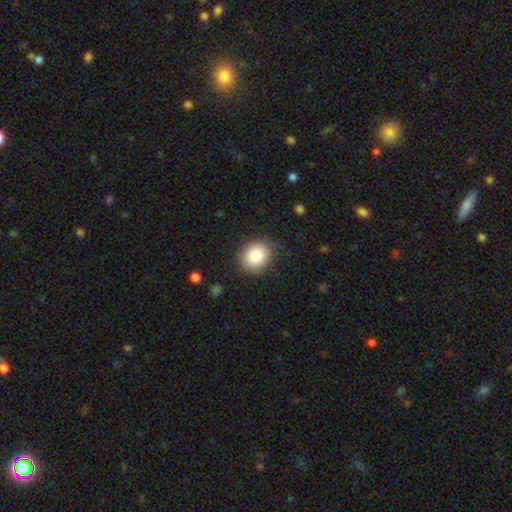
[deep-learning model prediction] This appears to be a smooth galaxy with no disk features (85%) that is round (68%). Merging: none (82%).